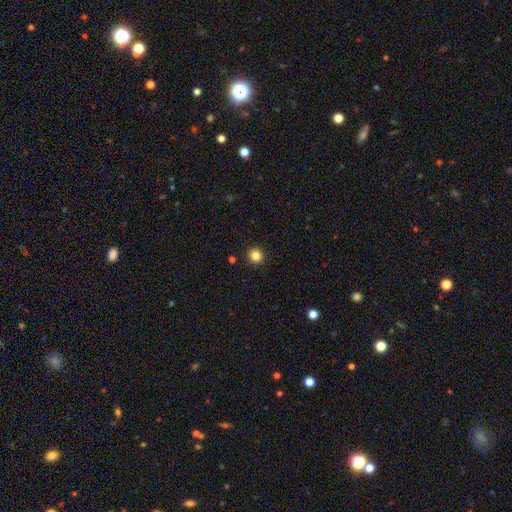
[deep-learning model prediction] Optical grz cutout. It shows a smooth galaxy with no disk features (84%) that is round (95%). Merging: none (93%).